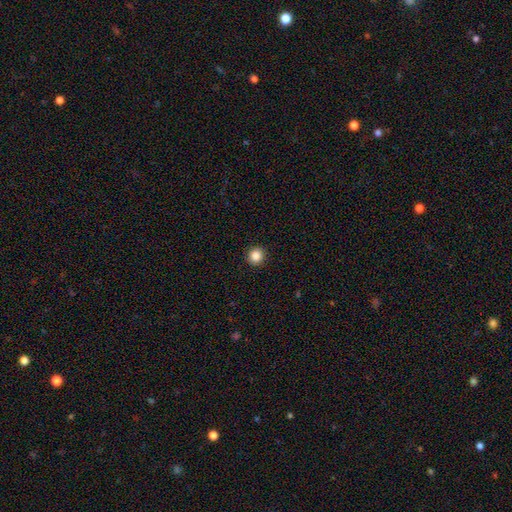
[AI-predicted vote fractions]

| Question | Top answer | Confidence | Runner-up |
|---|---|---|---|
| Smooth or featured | smooth | 86% | star or artifact (11%) |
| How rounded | round | 94% | in between (5%) |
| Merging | none | 93% | minor disturbance (4%) |